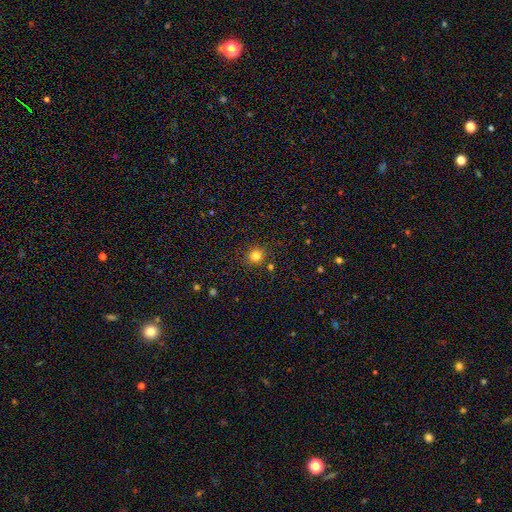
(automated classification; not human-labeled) smooth-or-featured: smooth: 81% | star or artifact: 14% | featured or disk: 5%
  how-rounded: round: 91% | in between: 8% | cigar-shaped: 1%
  merging: none: 86% | minor disturbance: 8% | merger: 4% | major disturbance: 3%